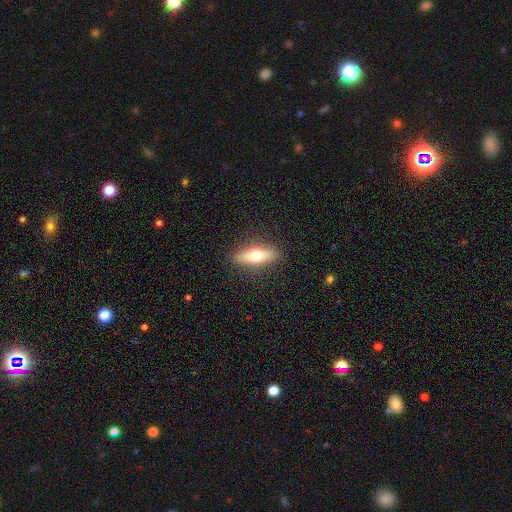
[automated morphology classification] Smooth or featured? smooth (60%)
How rounded? in between (50%)
Merging? none (89%)